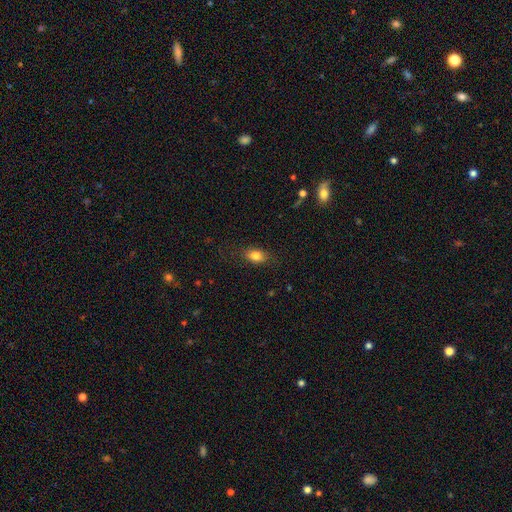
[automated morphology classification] type=smooth (81%); roundness=in between (80%); merging=none (82%).